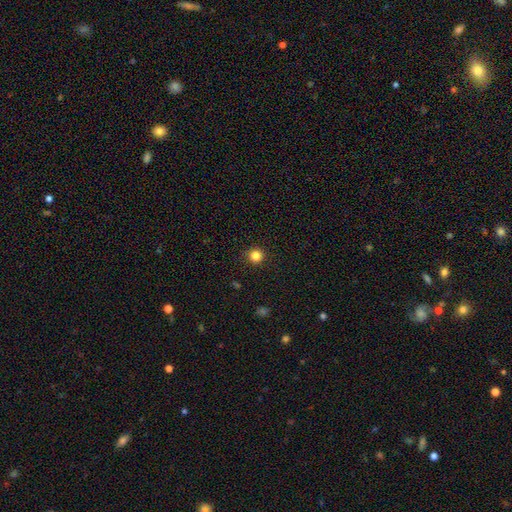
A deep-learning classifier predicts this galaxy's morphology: A smooth galaxy with no disk features (83%) that is round (94%).

Vote fractions:
- Smooth or featured? smooth: 83% / star or artifact: 13% / featured or disk: 4%
- How rounded? round: 94% / in between: 5% / cigar-shaped: 1%
- Merging? none: 91% / minor disturbance: 6% / major disturbance: 2% / merger: 1%